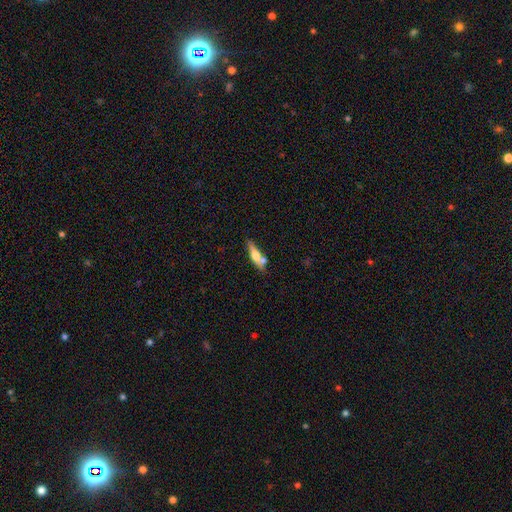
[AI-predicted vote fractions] Overall: smooth (49%; featured or disk 44%). Merging: none (57%; merger 23%).